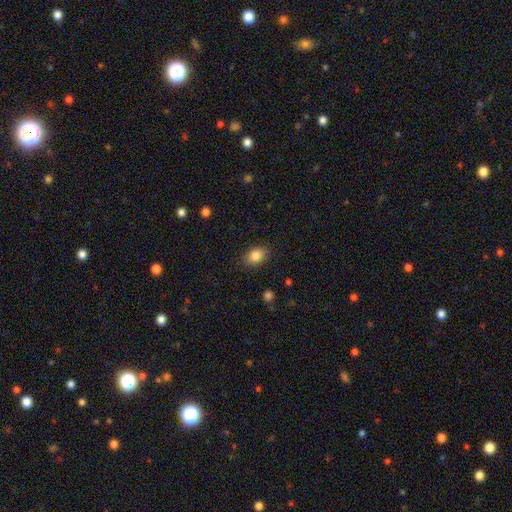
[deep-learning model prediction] This is clearly a smooth galaxy (85%). How rounded: likely in between (77%). Merging: clearly none (86%).